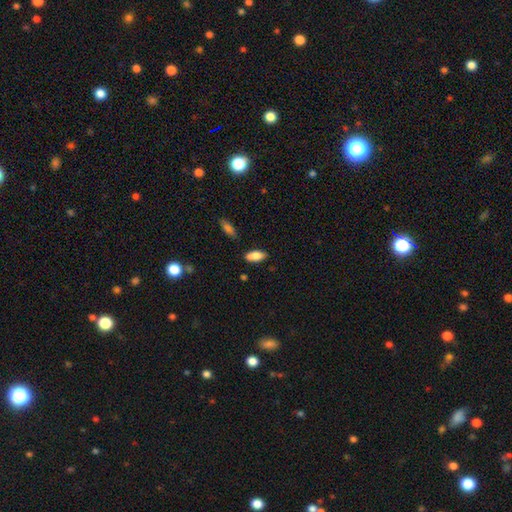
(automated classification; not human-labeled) Smooth or featured? smooth (81%)
How rounded? in between (85%)
Merging? none (81%)